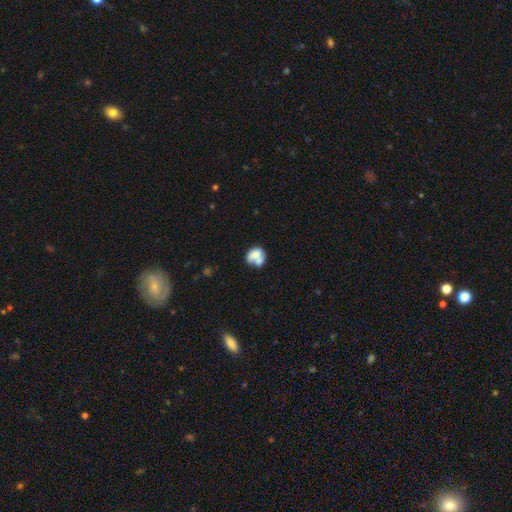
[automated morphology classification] Overall: smooth (64%; featured or disk 27%). How rounded: round (57%; in between 42%). Merging: merger (43%; none 30%).